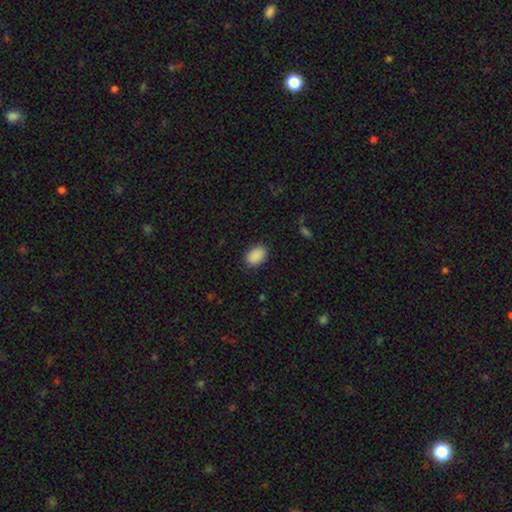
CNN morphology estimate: Smooth or featured? Predicted: smooth (p=0.90). How rounded? Predicted: in between (p=0.86). Merging? Predicted: none (p=0.87).